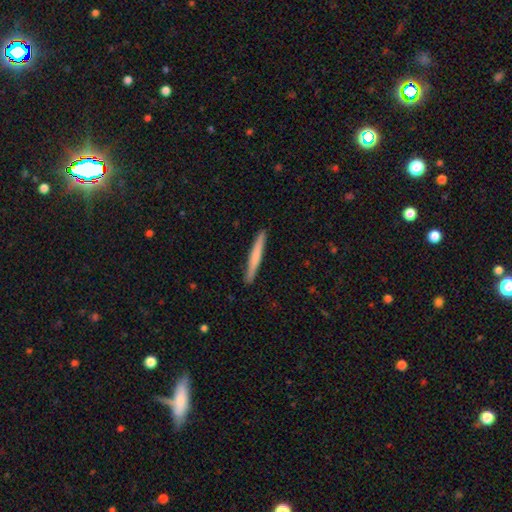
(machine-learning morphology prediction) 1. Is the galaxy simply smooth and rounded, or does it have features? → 65% smooth, 30% featured or disk, 5% star or artifact.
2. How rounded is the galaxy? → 97% cigar-shaped, 2% in between, 1% round.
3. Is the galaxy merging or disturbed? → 91% none, 6% minor disturbance, 1% major disturbance, 1% merger.